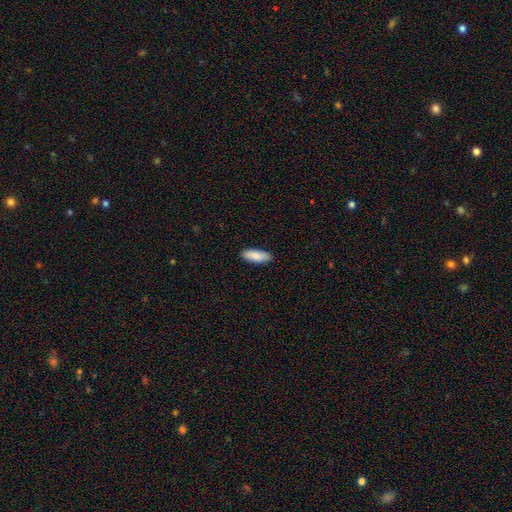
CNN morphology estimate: Q: Smooth or featured?
A: smooth (89%); runner-up: featured or disk (6%)
Q: How rounded?
A: in between (68%); runner-up: cigar-shaped (30%)
Q: Merging?
A: none (89%); runner-up: minor disturbance (8%)